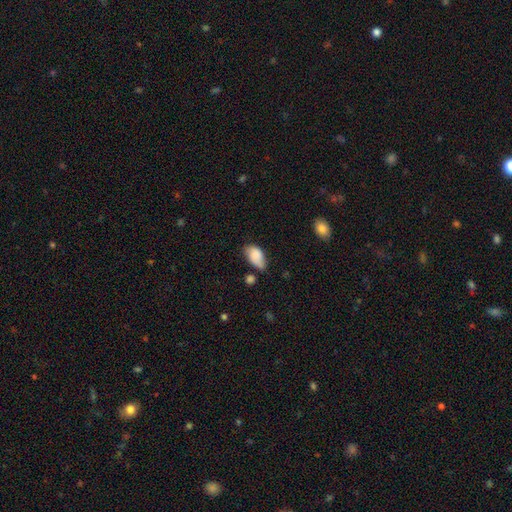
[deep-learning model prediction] This is clearly a smooth galaxy (81%). How rounded: clearly in between (93%). Merging: possibly none (45%).